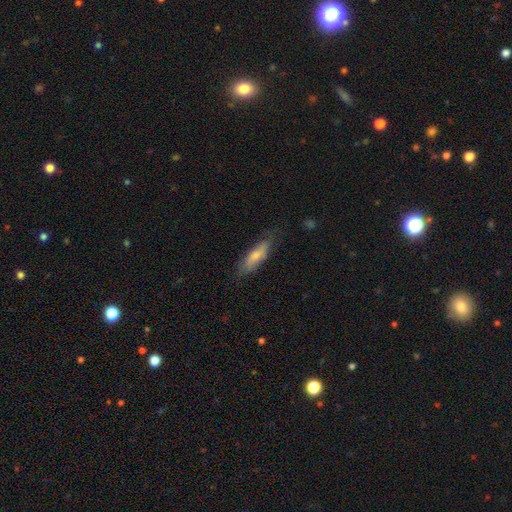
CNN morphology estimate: Smooth or featured: smooth — 74% (featured or disk — 20%)
How rounded: cigar-shaped — 52% (in between — 46%)
Merging: none — 74% (minor disturbance — 20%)